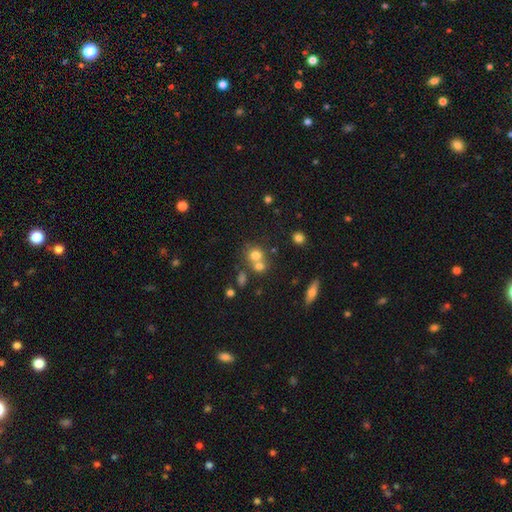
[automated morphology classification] Smooth or featured? smooth (72%)
How rounded? round (82%)
Merging? none (45%)